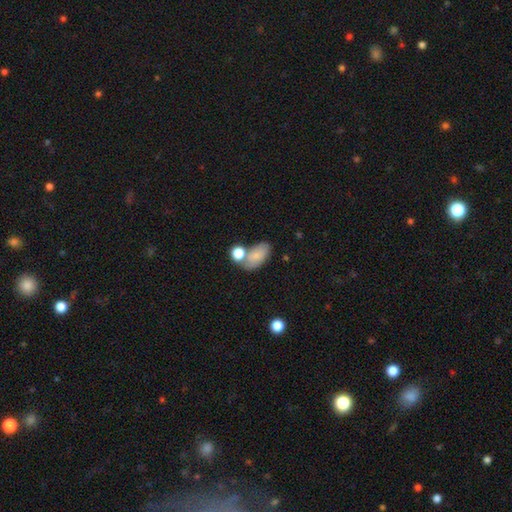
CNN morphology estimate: Smooth or featured? smooth (75%)
How rounded? in between (89%)
Merging? none (46%)